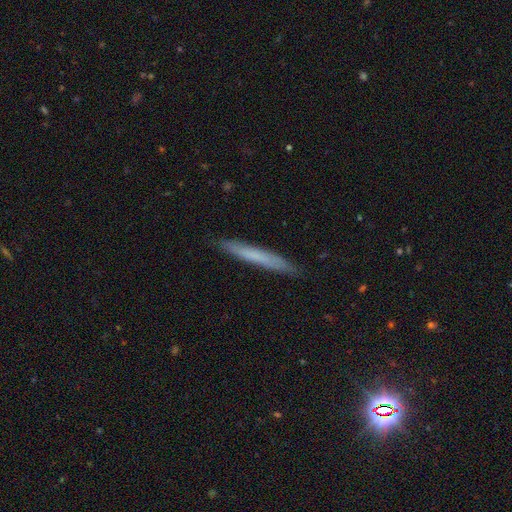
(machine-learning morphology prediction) Smooth or featured: smooth — 64% (featured or disk — 30%)
How rounded: cigar-shaped — 96% (in between — 2%)
Merging: none — 90% (minor disturbance — 8%)